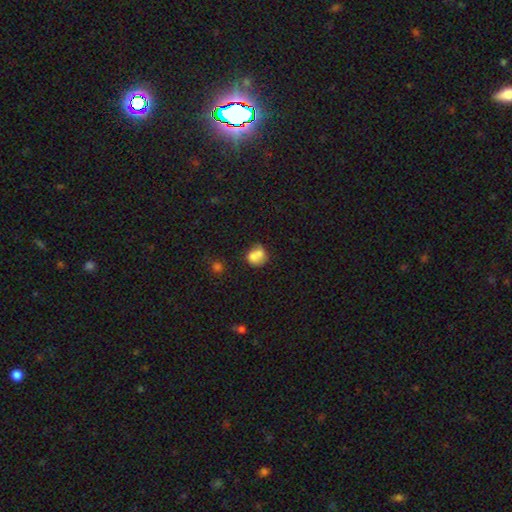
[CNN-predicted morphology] The model was most divided on "merging": merger: 47%, none: 33%, minor disturbance: 14%, major disturbance: 6%. More confident: smooth or featured — smooth (74%); how rounded — round (65%).